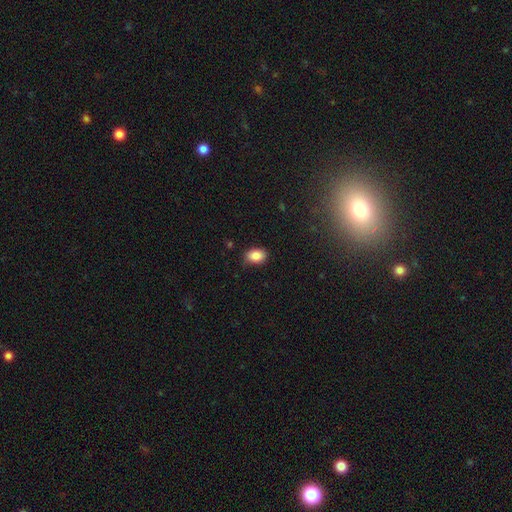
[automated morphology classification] Overall: smooth (86%). How rounded: in between (79%). Merging: none (80%).